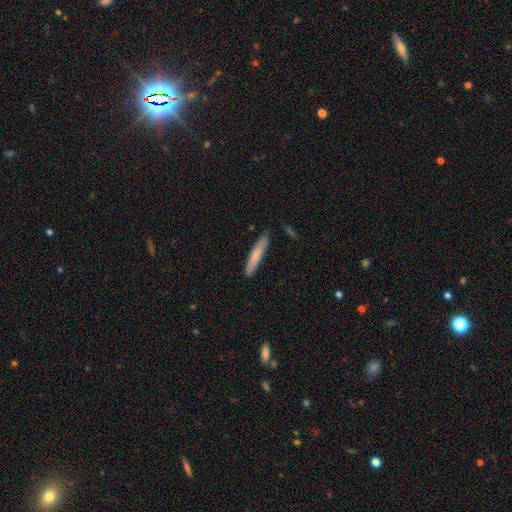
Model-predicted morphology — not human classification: smooth_or_featured: smooth (p=0.67) [alt: featured or disk p=0.27]
how_rounded: cigar-shaped (p=0.92) [alt: in between p=0.07]
merging: none (p=0.85) [alt: minor disturbance p=0.11]